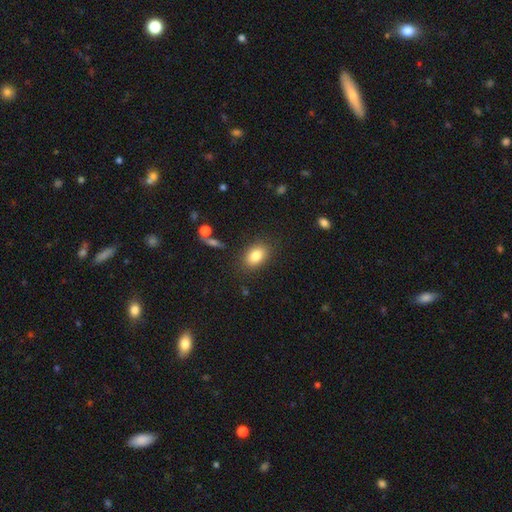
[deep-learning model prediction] smooth-or-featured: smooth: 83% | star or artifact: 9% | featured or disk: 8%
  how-rounded: in between: 82% | round: 16% | cigar-shaped: 2%
  merging: none: 84% | minor disturbance: 10% | major disturbance: 3% | merger: 2%